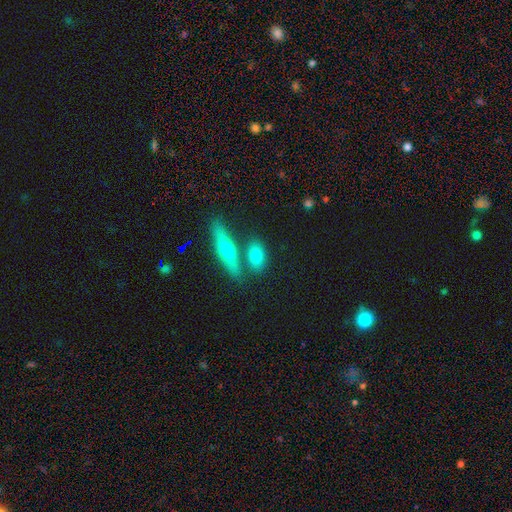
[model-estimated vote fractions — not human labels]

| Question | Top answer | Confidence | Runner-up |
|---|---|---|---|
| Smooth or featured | smooth | 73% | featured or disk (19%) |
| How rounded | in between | 72% | cigar-shaped (16%) |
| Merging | none | 66% | merger (19%) |